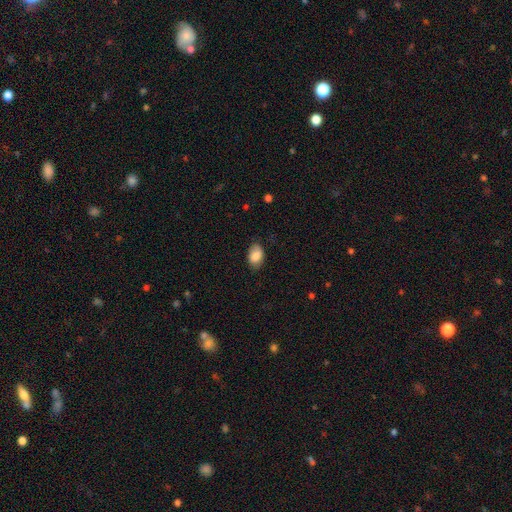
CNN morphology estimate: Smooth or featured? smooth (83%)
How rounded? in between (86%)
Merging? none (76%)